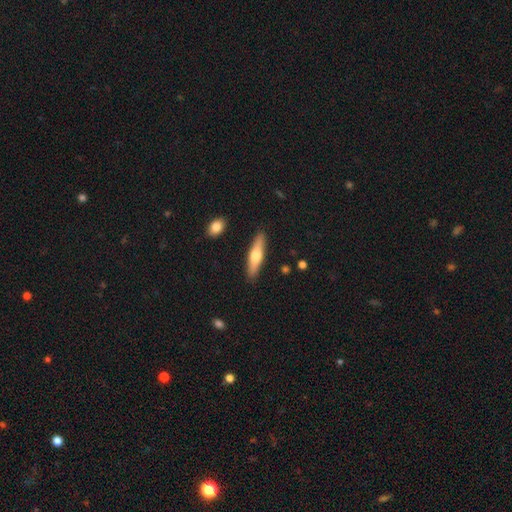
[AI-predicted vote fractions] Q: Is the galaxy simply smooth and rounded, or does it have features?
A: smooth — 53%.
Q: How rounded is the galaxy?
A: cigar-shaped — 77%.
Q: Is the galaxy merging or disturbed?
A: none — 89%.